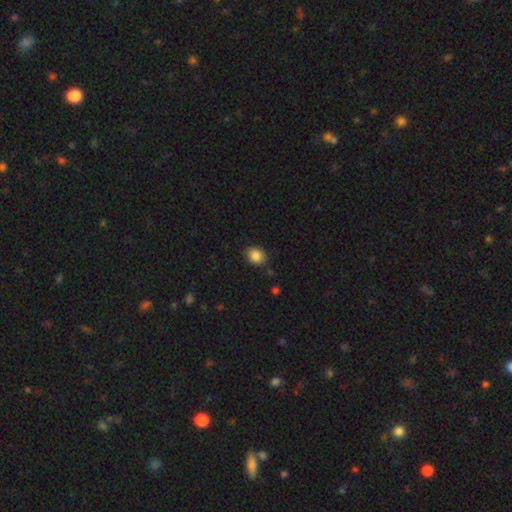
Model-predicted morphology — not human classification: The model was most divided on "how rounded" (2-way tie): round: 50%, in between: 50%, cigar-shaped: 1%. More confident: smooth or featured — smooth (86%); merging — none (83%).